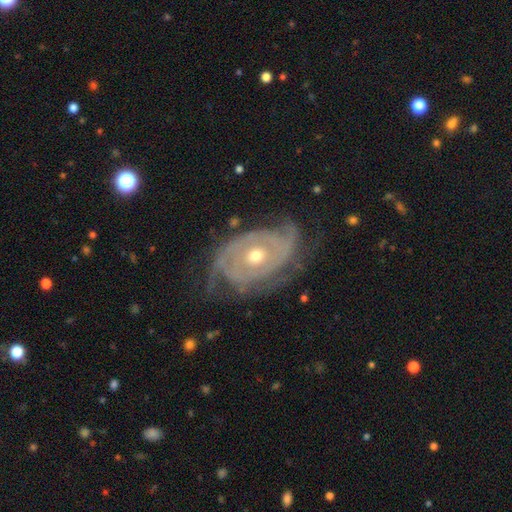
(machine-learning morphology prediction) Smooth or featured?
  - featured or disk: 89% *
  - smooth: 6%
  - star or artifact: 5%
Edge-on disk?
  - no: 96% *
  - yes: 4%
Bar?
  - no: 78% *
  - weak: 16%
  - strong: 6%
Spiral arms?
  - yes: 95% *
  - no: 5%
Spiral winding?
  - tight: 73% *
  - medium: 21%
  - loose: 6%
Spiral arm count?
  - 2: 26% * (tied)
  - can't tell: 26% * (tied)
  - 3: 26% * (tied)
  - 4: 9%
  - 1: 6%
  - more than 4: 6%
Bulge size?
  - moderate: 65% *
  - small: 31%
  - large: 2%
  - none: 1%
  - dominant: 1%
Merging?
  - none: 69% *
  - minor disturbance: 21%
  - major disturbance: 9%
  - merger: 1%